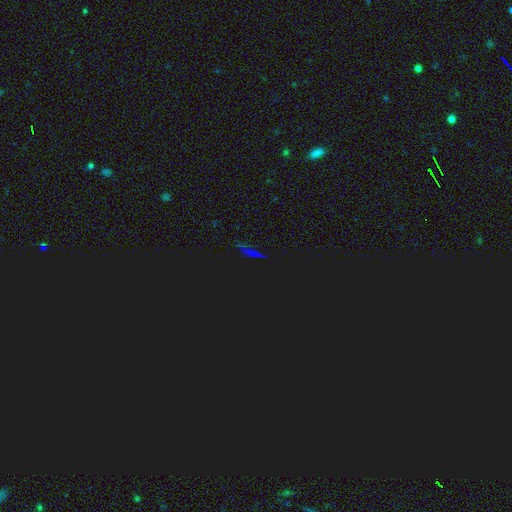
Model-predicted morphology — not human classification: A star or artifact, not a galaxy (74%).

Vote fractions:
- Smooth or featured? star or artifact: 74% / smooth: 17% / featured or disk: 9%